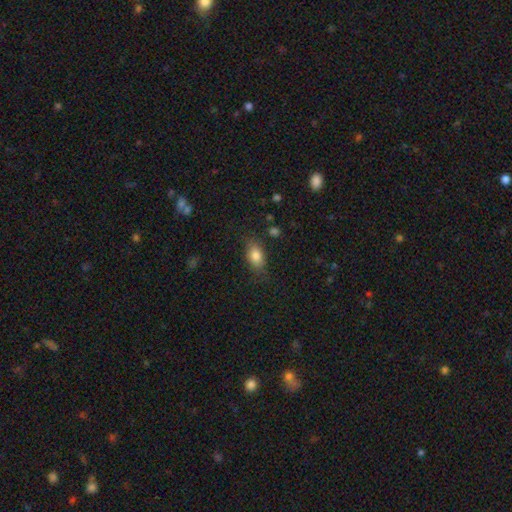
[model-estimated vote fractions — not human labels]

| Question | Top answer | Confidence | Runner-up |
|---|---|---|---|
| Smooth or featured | smooth | 82% | featured or disk (10%) |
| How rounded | in between | 85% | round (12%) |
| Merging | none | 75% | minor disturbance (17%) |